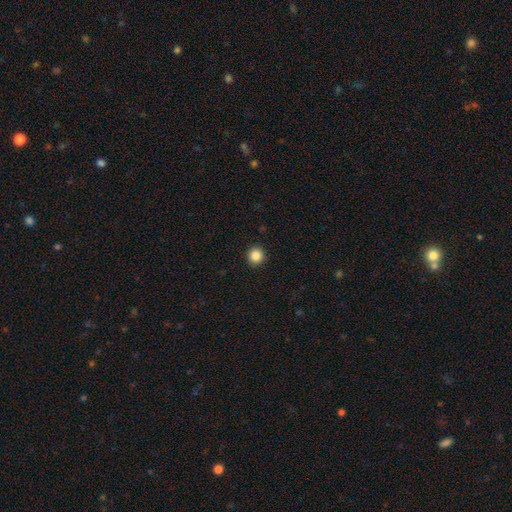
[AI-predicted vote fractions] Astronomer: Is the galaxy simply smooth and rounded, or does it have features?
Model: smooth — 86%.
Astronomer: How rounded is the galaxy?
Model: round — 93%.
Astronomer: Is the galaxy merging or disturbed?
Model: none — 93%.